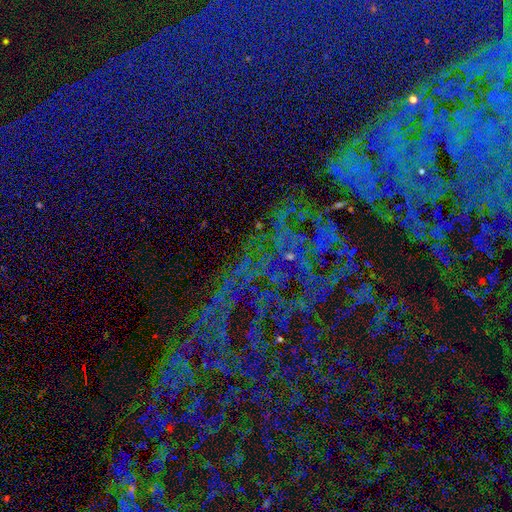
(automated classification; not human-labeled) This is clearly a star or artifact rather than a galaxy (82%).